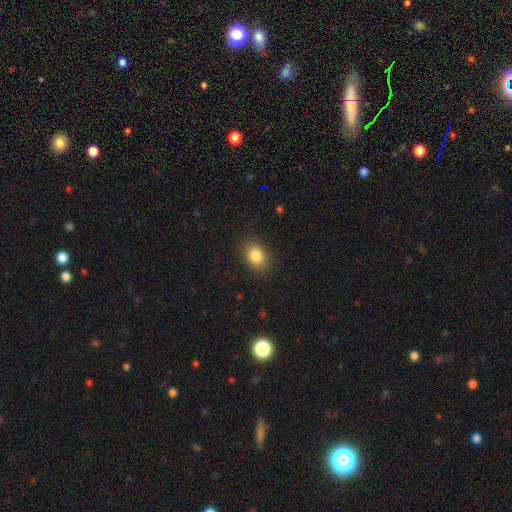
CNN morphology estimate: smooth-or-featured: smooth: 84% | star or artifact: 9% | featured or disk: 6%
  how-rounded: in between: 63% | round: 36% | cigar-shaped: 1%
  merging: none: 84% | minor disturbance: 11% | major disturbance: 3% | merger: 1%